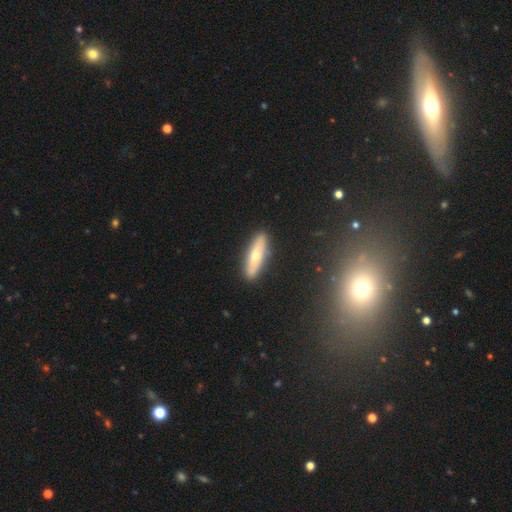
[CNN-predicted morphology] Q: Smooth or featured?
A: smooth (60%); runner-up: featured or disk (34%)
Q: How rounded?
A: cigar-shaped (69%); runner-up: in between (29%)
Q: Merging?
A: none (88%); runner-up: minor disturbance (9%)